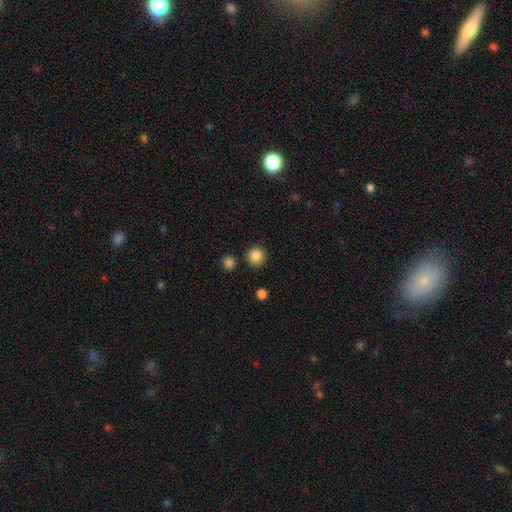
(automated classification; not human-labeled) Smooth or featured: smooth — 86% (star or artifact — 10%)
How rounded: round — 93% (in between — 6%)
Merging: none — 88% (minor disturbance — 7%)